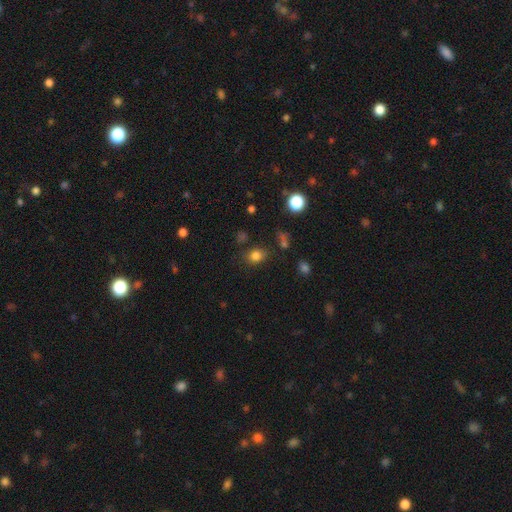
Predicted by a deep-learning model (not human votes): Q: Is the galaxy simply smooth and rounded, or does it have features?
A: smooth — 79%.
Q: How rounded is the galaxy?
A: round — 58%.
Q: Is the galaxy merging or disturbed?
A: none — 76%.